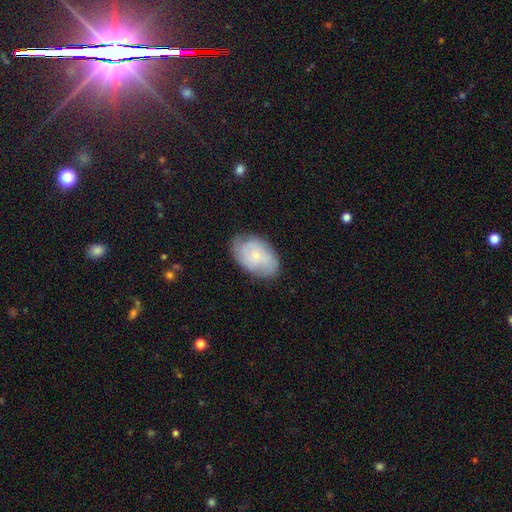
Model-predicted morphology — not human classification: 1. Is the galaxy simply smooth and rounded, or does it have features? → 55% featured or disk, 38% smooth, 7% star or artifact.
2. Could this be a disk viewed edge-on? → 96% no, 4% yes.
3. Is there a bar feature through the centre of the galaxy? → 80% no, 18% weak, 3% strong.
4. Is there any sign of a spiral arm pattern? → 81% yes, 19% no.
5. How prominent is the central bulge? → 77% small, 17% moderate, 3% none, 1% large, 1% dominant.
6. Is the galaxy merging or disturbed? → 73% none, 20% minor disturbance, 6% major disturbance, 1% merger.